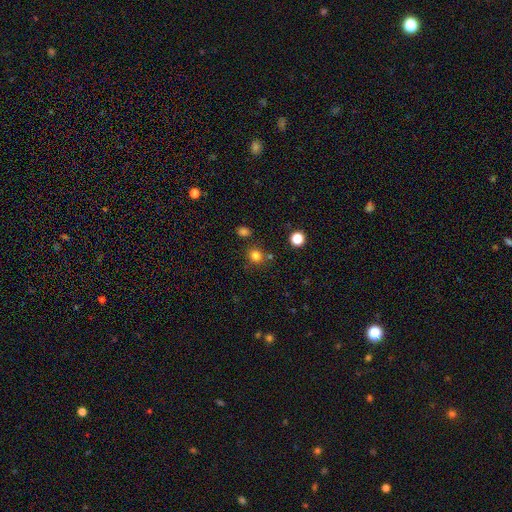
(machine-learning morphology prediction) Smooth or featured? smooth (79%)
How rounded? round (84%)
Merging? none (78%)